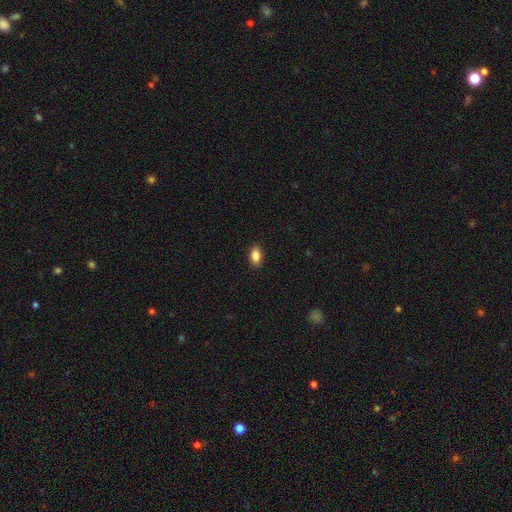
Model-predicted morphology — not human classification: This appears to be a smooth galaxy with no disk features (87%) that is in between round and cigar-shaped (89%). Merging: none (90%).